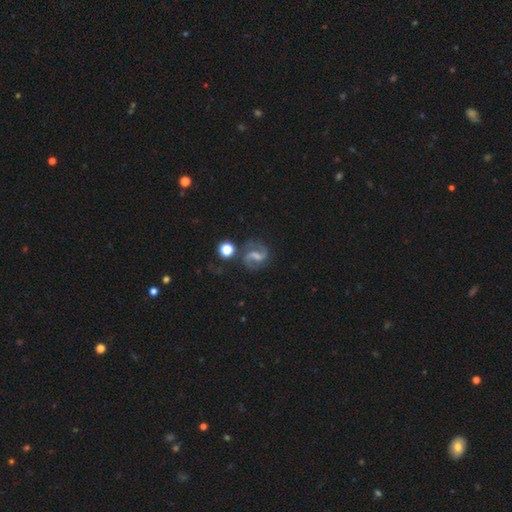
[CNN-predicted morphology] Q: Smooth or featured?
A: featured or disk (83%); runner-up: smooth (10%)
Q: Edge-on disk?
A: no (98%); runner-up: yes (2%)
Q: Bar?
A: weak (48%); runner-up: strong (32%)
Q: Spiral arms?
A: yes (96%); runner-up: no (4%)
Q: Spiral winding?
A: medium (50%); runner-up: loose (39%)
Q: Spiral arm count?
A: 2 (92%); runner-up: can't tell (3%)
Q: Bulge size?
A: small (36%); runner-up: none (35%)
Q: Merging?
A: none (75%); runner-up: minor disturbance (14%)